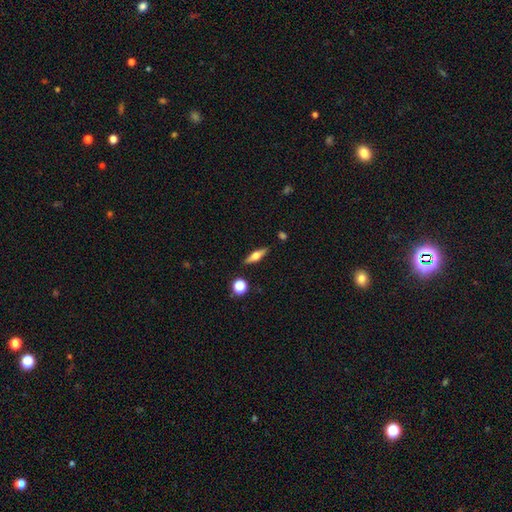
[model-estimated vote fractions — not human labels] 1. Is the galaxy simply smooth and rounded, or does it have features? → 55% featured or disk, 37% smooth, 7% star or artifact.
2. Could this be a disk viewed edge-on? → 94% yes, 6% no.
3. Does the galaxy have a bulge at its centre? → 93% rounded, 5% boxy, 2% none.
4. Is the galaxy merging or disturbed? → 87% none, 8% minor disturbance, 2% merger, 2% major disturbance.